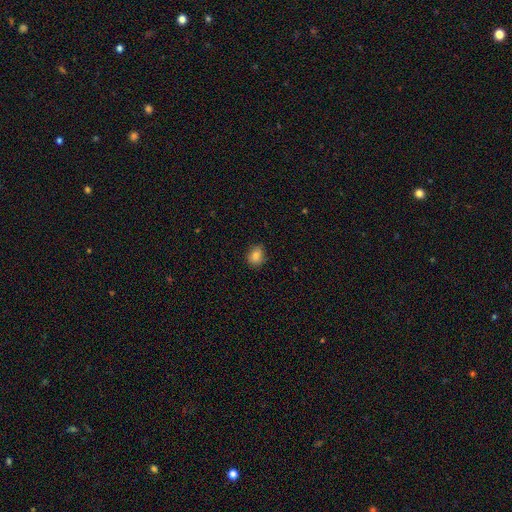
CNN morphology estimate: Smooth or featured: smooth — 83% (star or artifact — 10%)
How rounded: round — 61% (in between — 38%)
Merging: none — 81% (minor disturbance — 15%)